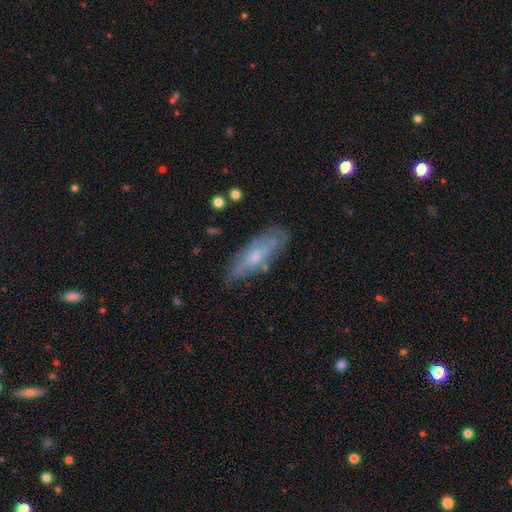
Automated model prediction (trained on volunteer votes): Q: Smooth or featured?
A: featured or disk (53%); runner-up: smooth (40%)
Q: Edge-on disk?
A: no (73%); runner-up: yes (27%)
Q: Merging?
A: none (69%); runner-up: minor disturbance (22%)